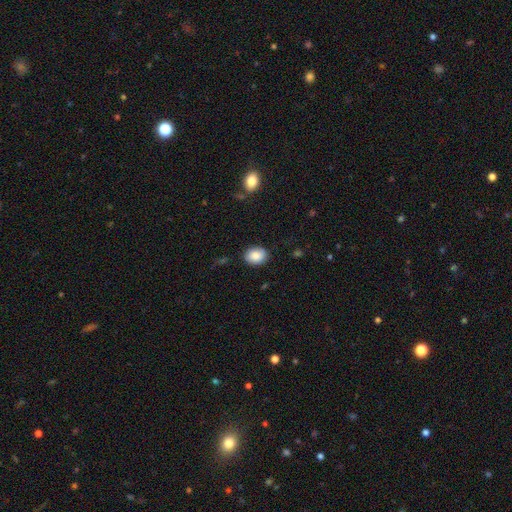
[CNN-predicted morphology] This is clearly a smooth galaxy (85%). How rounded: likely in between (61%). Merging: clearly none (86%).